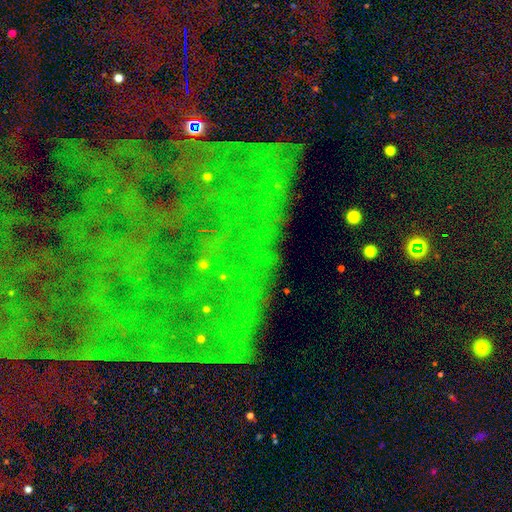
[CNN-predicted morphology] This appears to be a star or artifact, not a galaxy (74%).